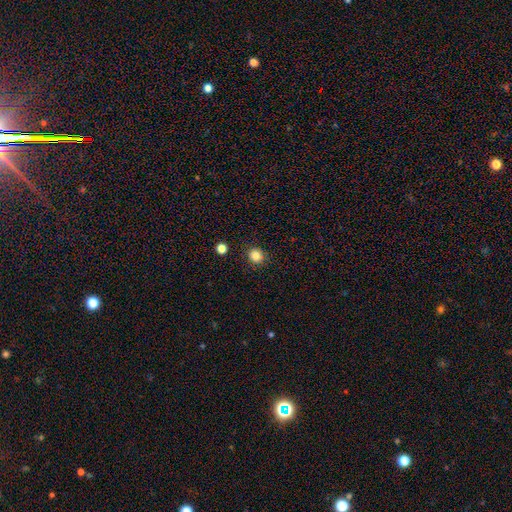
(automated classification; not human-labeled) Overall: smooth (84%). How rounded: round (89%). Merging: none (89%).